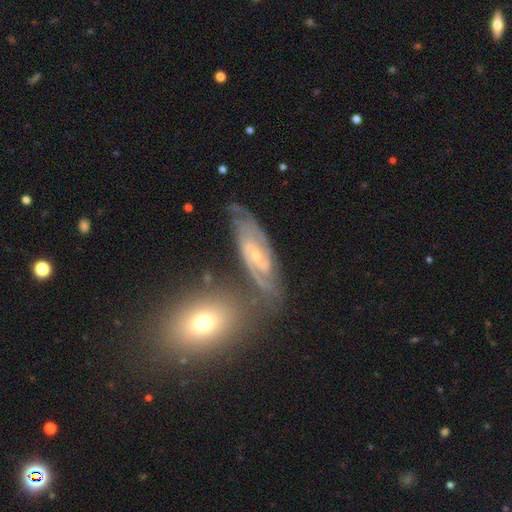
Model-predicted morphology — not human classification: smooth-or-featured: featured or disk: 86% | smooth: 8% | star or artifact: 6%
  disk-edge-on: no: 93% | yes: 7%
    bar: no: 44% | weak: 43% | strong: 14%
    has-spiral-arms: yes: 96% | no: 4%
      spiral-winding: tight: 49% | medium: 41% | loose: 10%
      spiral-arm-count: 2: 62% | can't tell: 17% | 3: 11% | 4: 4% | 1: 3% | more than 4: 3%
    bulge-size: small: 71% | moderate: 25% | none: 2% | large: 1% | dominant: 1%
  merging: none: 63% | minor disturbance: 21% | merger: 8% | major disturbance: 8%